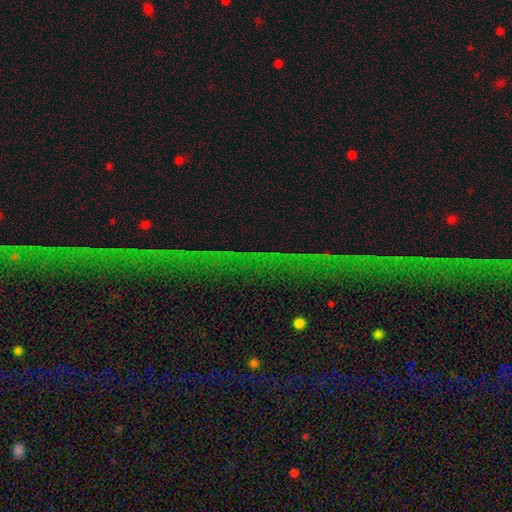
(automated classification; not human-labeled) Smooth or featured? star or artifact (82%)